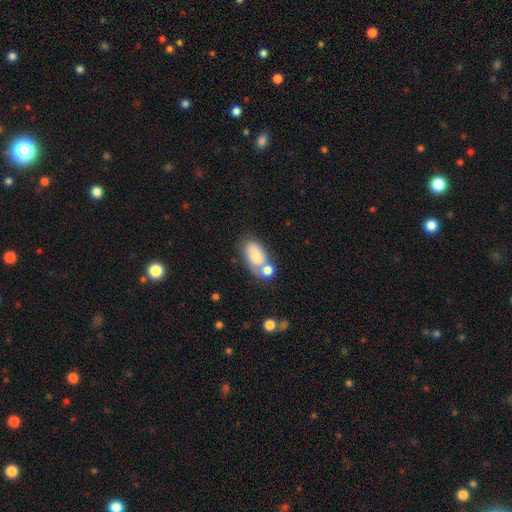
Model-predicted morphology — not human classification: Smooth or featured?
  - smooth: 72% *
  - featured or disk: 20%
  - star or artifact: 7%
How rounded?
  - in between: 90% *
  - round: 7%
  - cigar-shaped: 2%
Merging?
  - merger: 40% *
  - none: 37%
  - minor disturbance: 16%
  - major disturbance: 7%